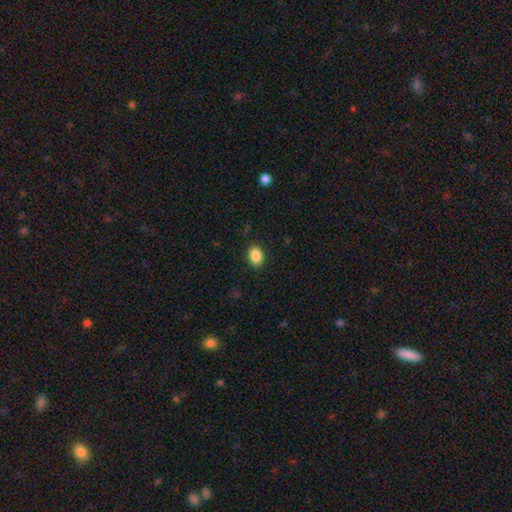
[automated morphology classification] A smooth galaxy with no disk features (88%) that is in between round and cigar-shaped (81%).

Vote fractions:
- Smooth or featured? smooth: 88% / star or artifact: 8% / featured or disk: 4%
- How rounded? in between: 81% / round: 18% / cigar-shaped: 1%
- Merging? none: 88% / minor disturbance: 9% / major disturbance: 2% / merger: 1%